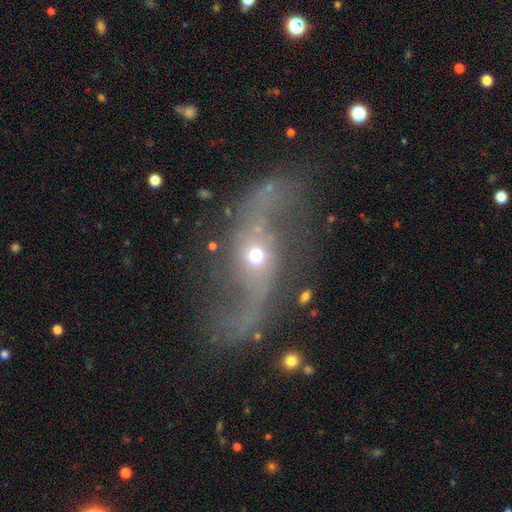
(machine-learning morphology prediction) A featured or disk galaxy (59%). Merging: major disturbance (39%).